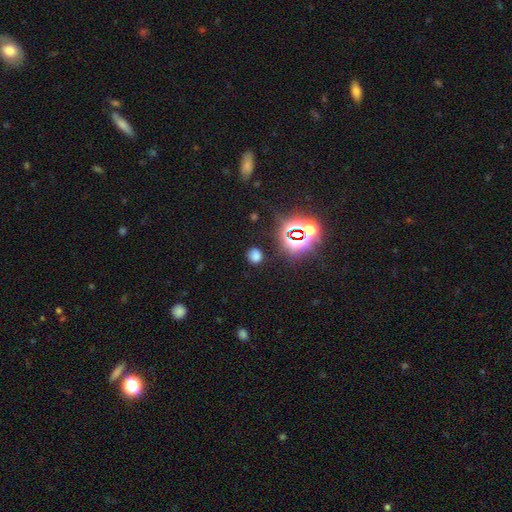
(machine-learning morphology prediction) Smooth or featured? smooth (64%)
How rounded? round (68%)
Merging? none (82%)